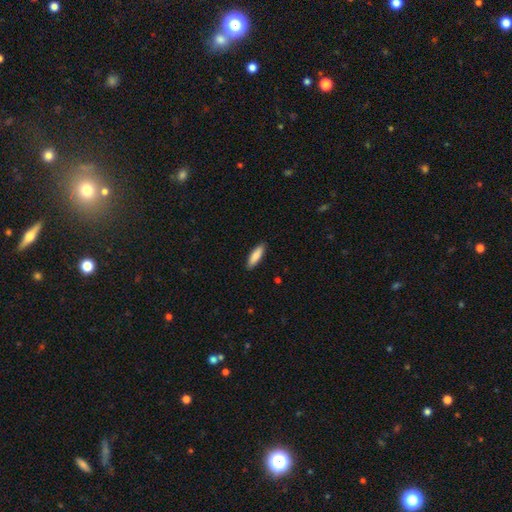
This appears to be a smooth galaxy with no disk features (82%) that is cigar-shaped (66%). Merging: none (100%).